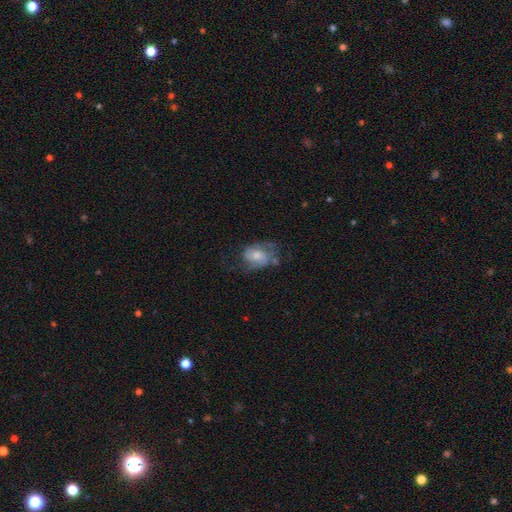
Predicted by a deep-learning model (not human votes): Morphology: type=featured or disk (69%); edge-on=no (97%); bar=no (57%); spiral arms=yes (86%); winding=medium (47%); arm count=2 (71%); bulge=moderate (52%); merging=none (51%).